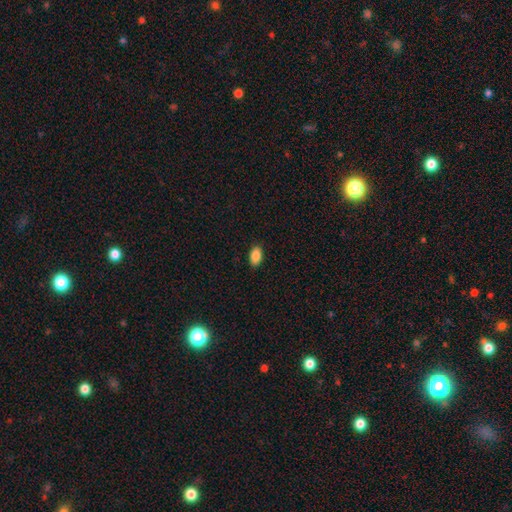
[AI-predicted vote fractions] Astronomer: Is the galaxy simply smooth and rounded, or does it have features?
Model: smooth — 88%.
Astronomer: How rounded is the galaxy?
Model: in between — 92%.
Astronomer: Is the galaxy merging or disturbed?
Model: none — 89%.